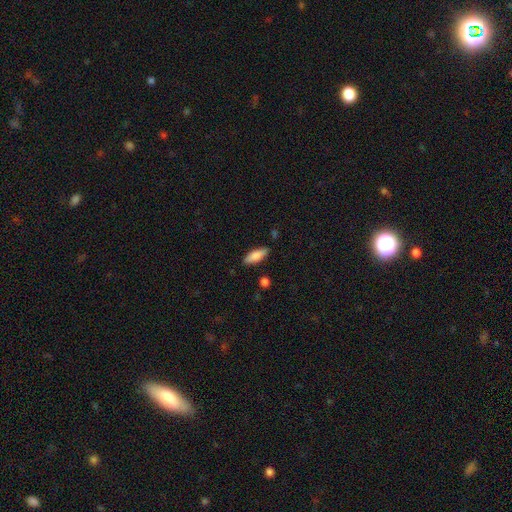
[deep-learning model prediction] smooth 81%, featured or disk 12%, star or artifact 6%. Down the decision tree: how rounded — in between (70%); merging — none (85%).